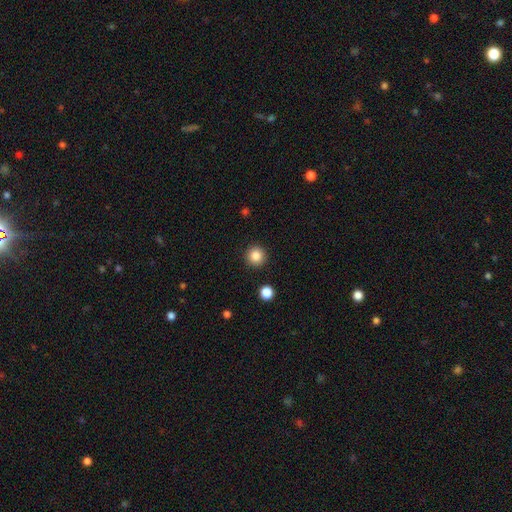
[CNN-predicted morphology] A smooth galaxy with no disk features (86%) that is round (95%).

Vote fractions:
- Smooth or featured? smooth: 86% / star or artifact: 10% / featured or disk: 4%
- How rounded? round: 95% / in between: 4% / cigar-shaped: 1%
- Merging? none: 92% / minor disturbance: 5% / major disturbance: 2% / merger: 1%